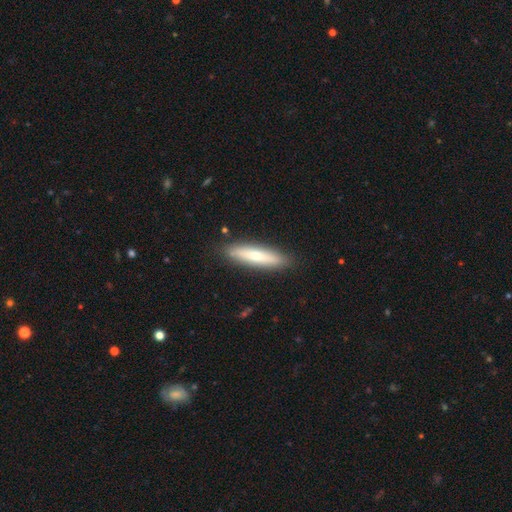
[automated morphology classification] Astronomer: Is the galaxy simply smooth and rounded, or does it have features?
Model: smooth — 63%.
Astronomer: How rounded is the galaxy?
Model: cigar-shaped — 81%.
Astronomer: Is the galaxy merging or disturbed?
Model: none — 88%.